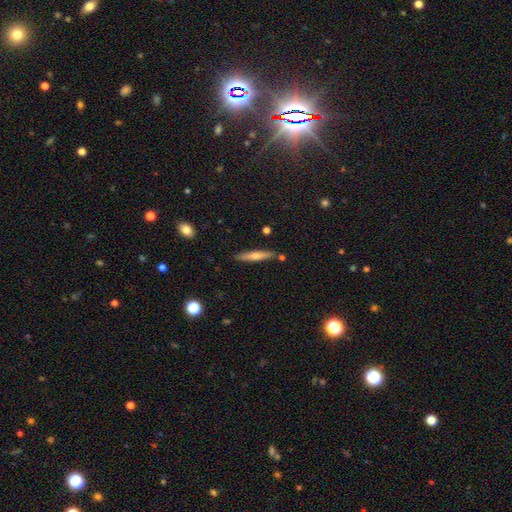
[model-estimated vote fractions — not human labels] This is possibly a smooth galaxy (57%). How rounded: clearly cigar-shaped (91%). Merging: clearly none (84%).